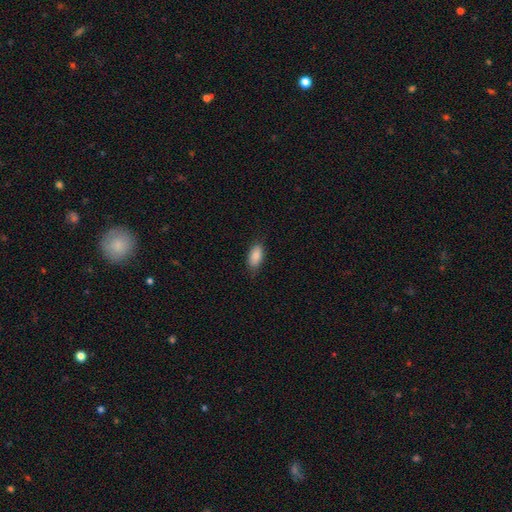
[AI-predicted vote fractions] Smooth or featured? smooth (86%)
How rounded? in between (90%)
Merging? none (79%)